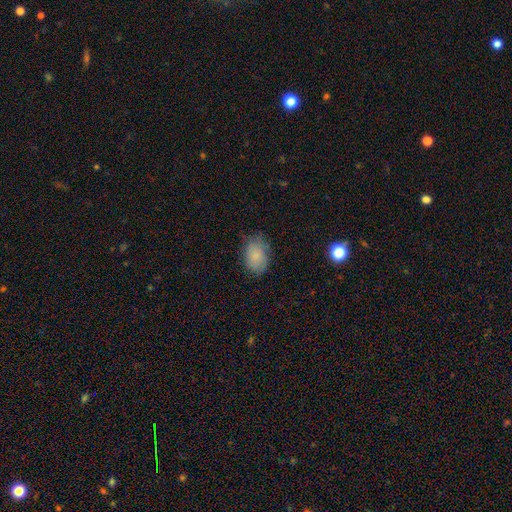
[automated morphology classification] Q: Smooth or featured?
A: smooth (82%); runner-up: featured or disk (10%)
Q: How rounded?
A: in between (81%); runner-up: round (18%)
Q: Merging?
A: none (72%); runner-up: minor disturbance (22%)